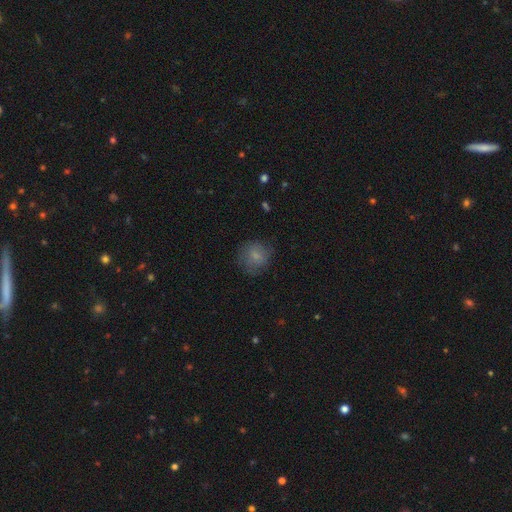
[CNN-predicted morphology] smooth-or-featured: smooth: 77% | featured or disk: 14% | star or artifact: 9%
  how-rounded: round: 86% | in between: 13% | cigar-shaped: 1%
  merging: none: 72% | minor disturbance: 19% | major disturbance: 7% | merger: 1%